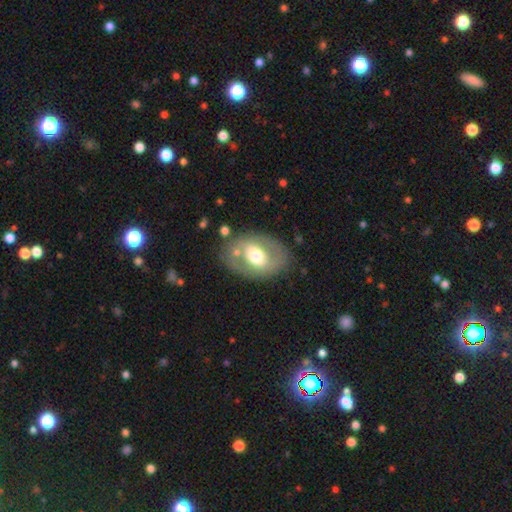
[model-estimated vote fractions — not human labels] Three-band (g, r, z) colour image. It shows a featured or disk galaxy (49%). Merging: none (72%).